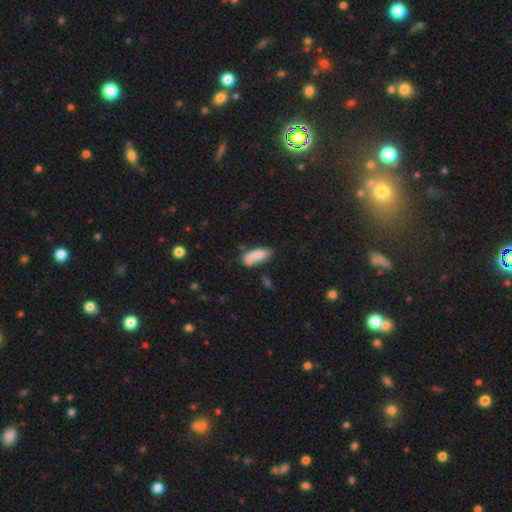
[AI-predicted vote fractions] Morphology: type=smooth (79%); roundness=in between (78%); merging=none (52%).